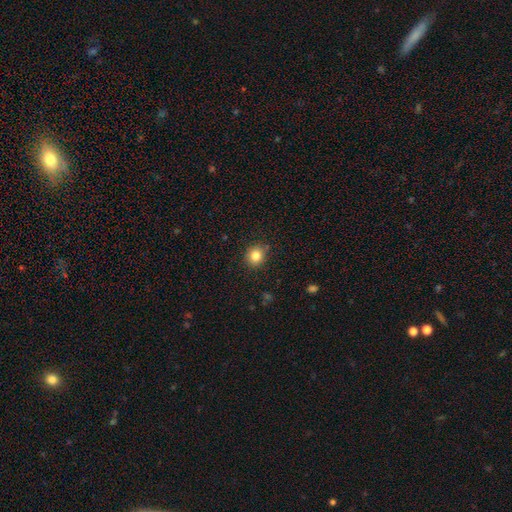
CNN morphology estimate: A smooth galaxy with no disk features (84%) that is round (86%). Merging: none (87%).